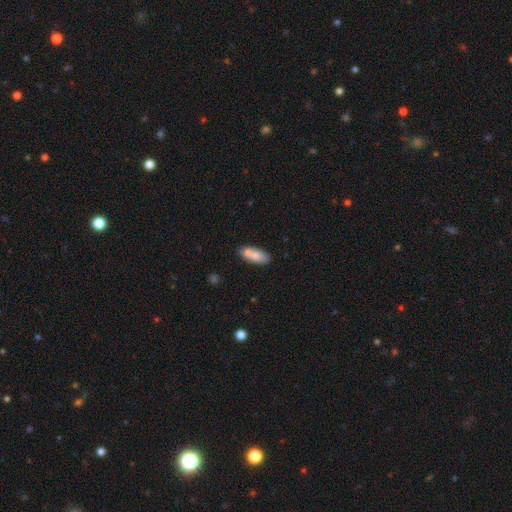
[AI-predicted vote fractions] Smooth or featured?
  - smooth: 73% *
  - featured or disk: 19%
  - star or artifact: 8%
How rounded?
  - in between: 78% *
  - cigar-shaped: 19%
  - round: 4%
Merging?
  - none: 50% *
  - merger: 30%
  - minor disturbance: 15%
  - major disturbance: 4%